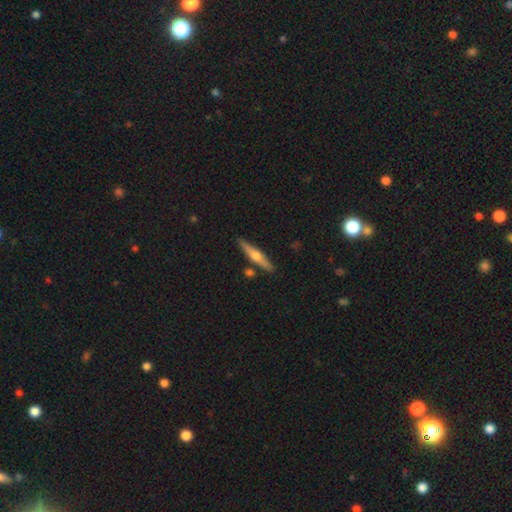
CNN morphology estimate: Smooth or featured: featured or disk — 57% (smooth — 37%)
Edge-on disk: yes — 96% (no — 4%)
Edge-on bulge: rounded — 90% (none — 7%)
Merging: none — 86% (minor disturbance — 8%)